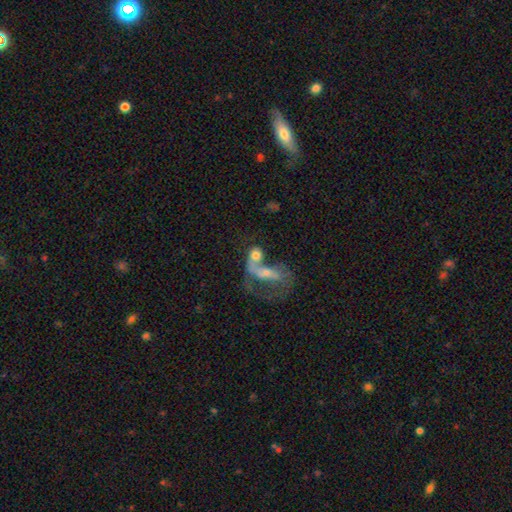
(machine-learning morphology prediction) smooth_or_featured: smooth (p=0.45) [alt: featured or disk p=0.44]
merging: merger (p=0.63) [alt: major disturbance p=0.17]